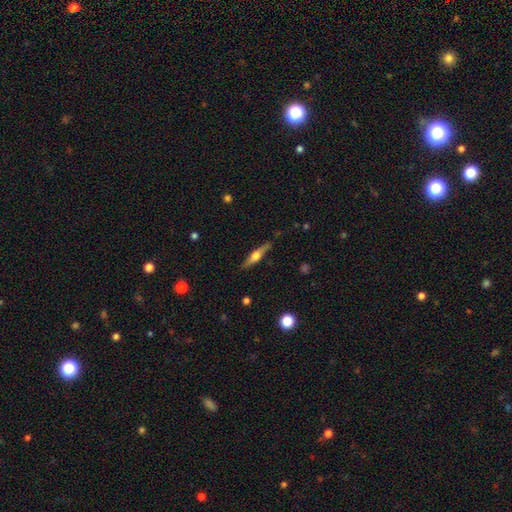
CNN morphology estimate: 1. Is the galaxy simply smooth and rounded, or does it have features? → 63% featured or disk, 31% smooth, 6% star or artifact.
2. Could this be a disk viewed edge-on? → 95% yes, 5% no.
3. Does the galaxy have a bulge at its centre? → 91% rounded, 6% boxy, 3% none.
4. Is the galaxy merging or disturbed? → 85% none, 11% minor disturbance, 2% major disturbance, 1% merger.